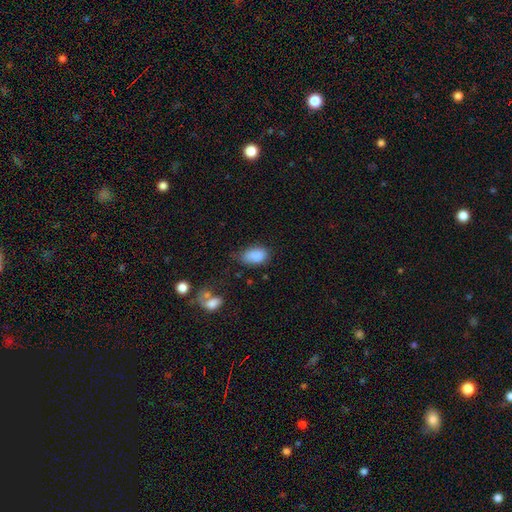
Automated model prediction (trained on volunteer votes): smooth_or_featured: smooth (p=0.86) [alt: star or artifact p=0.08]
how_rounded: in between (p=0.89) [alt: round p=0.09]
merging: none (p=0.55) [alt: minor disturbance p=0.32]